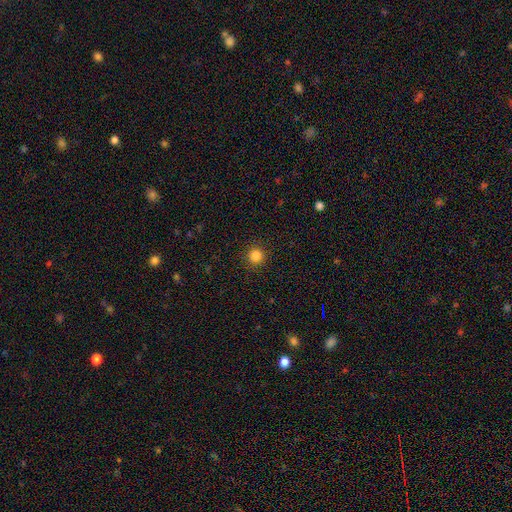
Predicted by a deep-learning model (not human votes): smooth-or-featured: smooth: 84% | star or artifact: 12% | featured or disk: 4%
  how-rounded: round: 95% | in between: 4% | cigar-shaped: 1%
  merging: none: 91% | minor disturbance: 5% | major disturbance: 2% | merger: 1%